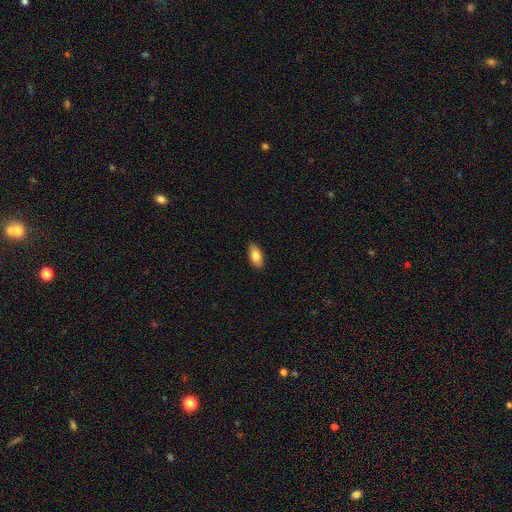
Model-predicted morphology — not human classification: The model was most divided on "smooth or featured": smooth: 85%, featured or disk: 8%, star or artifact: 6%. More confident: how rounded — in between (92%); merging — none (89%).